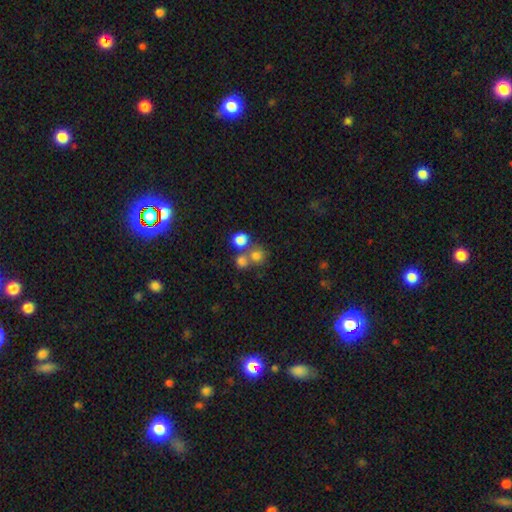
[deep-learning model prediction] Smooth or featured? Predicted: smooth (p=0.73). How rounded? Predicted: round (p=0.85). Merging? Predicted: none (p=0.51).